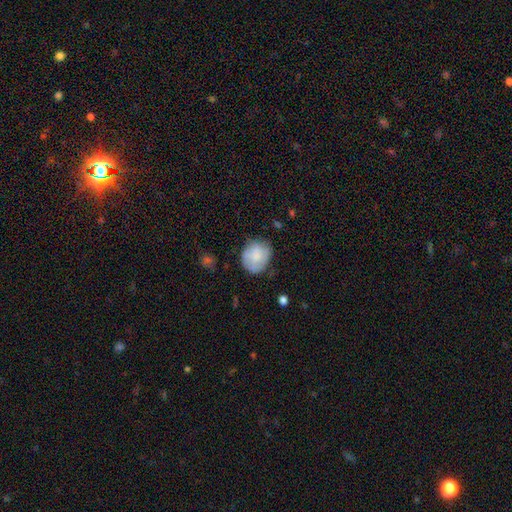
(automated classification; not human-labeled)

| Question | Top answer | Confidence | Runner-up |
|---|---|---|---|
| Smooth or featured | smooth | 73% | featured or disk (20%) |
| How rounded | round | 68% | in between (31%) |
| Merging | none | 64% | minor disturbance (26%) |